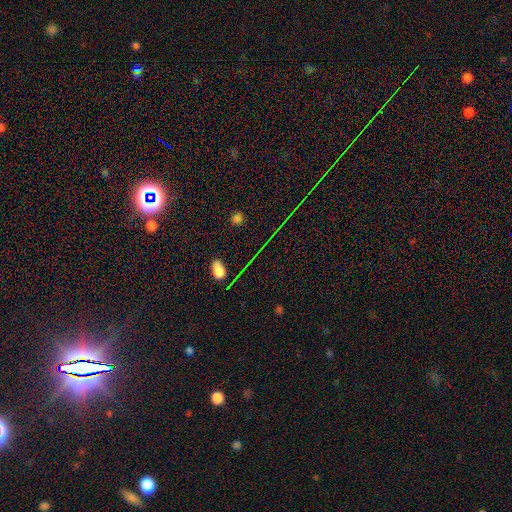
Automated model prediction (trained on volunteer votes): A star or artifact, not a galaxy (81%).